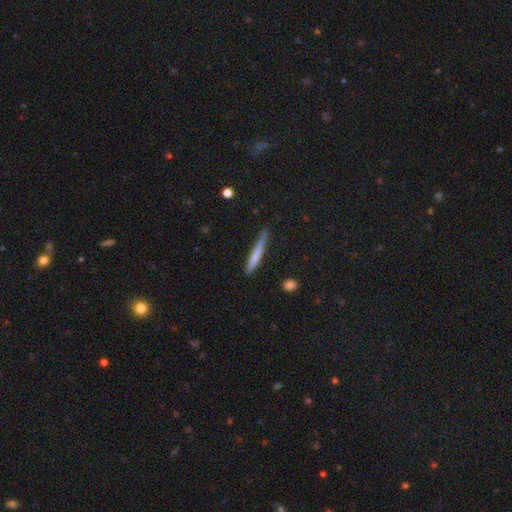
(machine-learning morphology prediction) This appears to be a smooth galaxy with no disk features (69%) that is cigar-shaped (95%). Merging: none (71%).